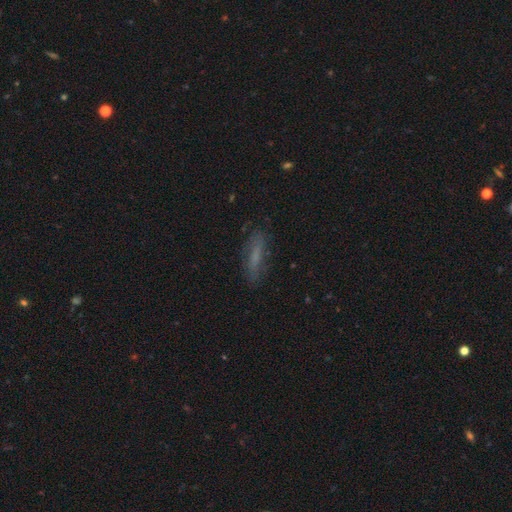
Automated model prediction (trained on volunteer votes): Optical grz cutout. It shows a smooth galaxy with no disk features (58%) that is cigar-shaped (74%). Merging: none (80%).